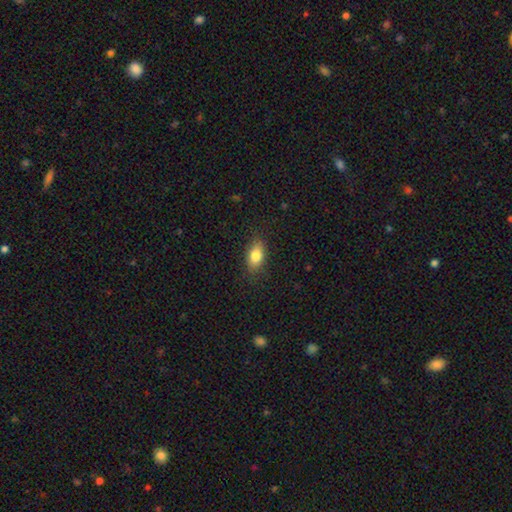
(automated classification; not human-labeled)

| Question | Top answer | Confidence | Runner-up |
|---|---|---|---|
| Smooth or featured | smooth | 82% | featured or disk (10%) |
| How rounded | in between | 86% | round (9%) |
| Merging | none | 85% | minor disturbance (12%) |